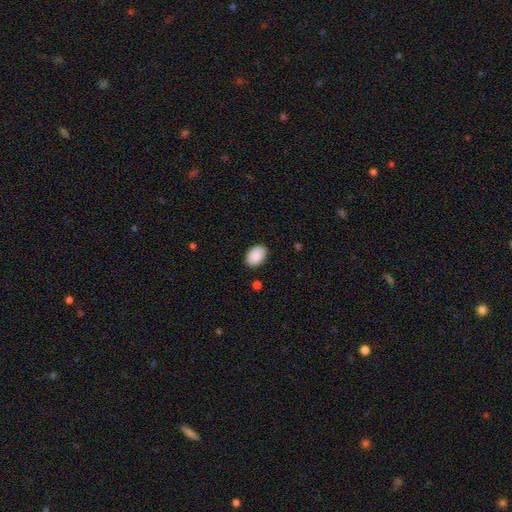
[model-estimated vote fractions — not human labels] This is clearly a smooth galaxy (89%). How rounded: clearly in between (86%). Merging: clearly none (85%).